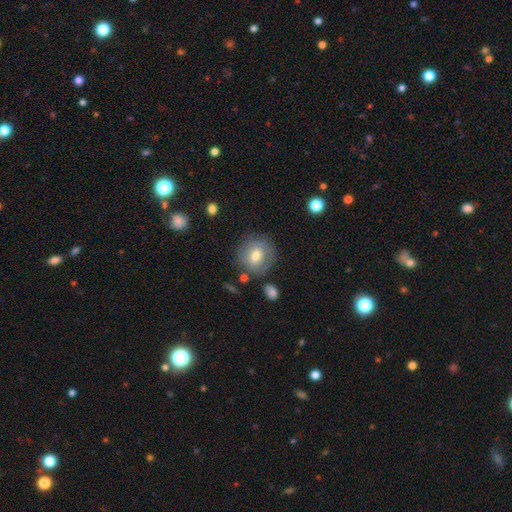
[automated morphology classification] A smooth galaxy with no disk features (60%) that is round (85%).

Vote fractions:
- Smooth or featured? smooth: 60% / featured or disk: 32% / star or artifact: 8%
- How rounded? round: 85% / in between: 14% / cigar-shaped: 1%
- Merging? none: 73% / minor disturbance: 16% / major disturbance: 6% / merger: 4%